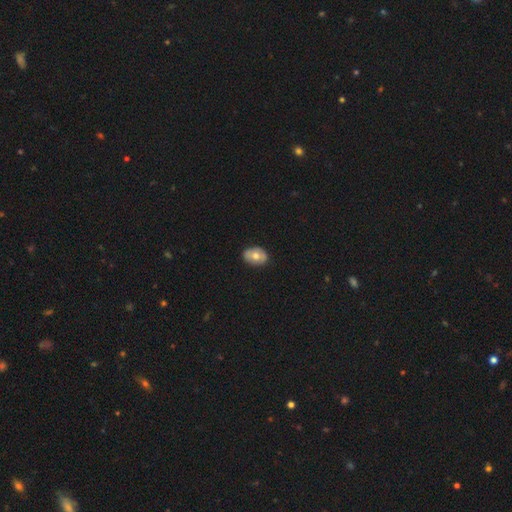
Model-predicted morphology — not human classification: Overall: smooth (62%; featured or disk 31%). How rounded: in between (74%). Merging: none (82%).